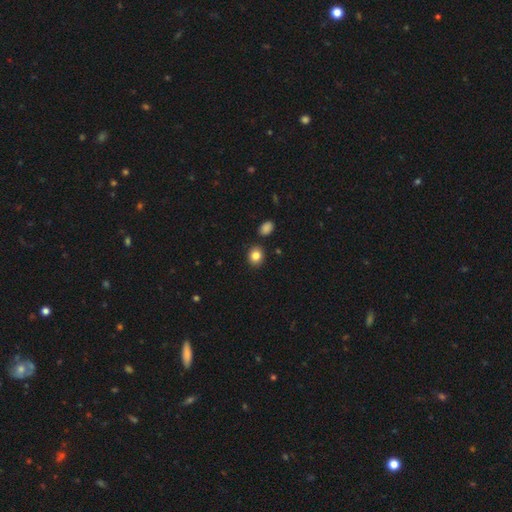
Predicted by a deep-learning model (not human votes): A smooth galaxy with no disk features (84%) that is round (64%). Merging: none (86%).